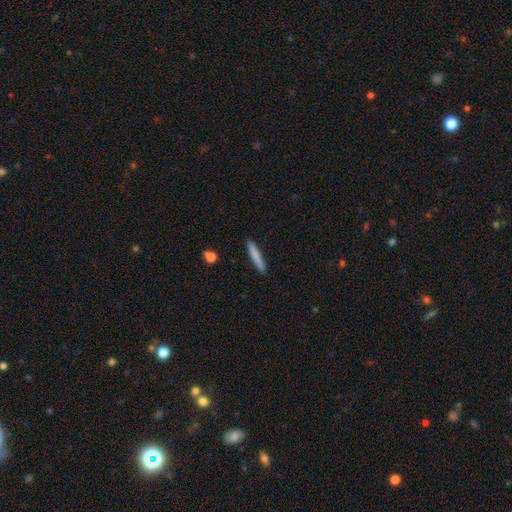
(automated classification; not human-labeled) This appears to be a smooth galaxy with no disk features (79%) that is cigar-shaped (94%). Merging: none (89%).